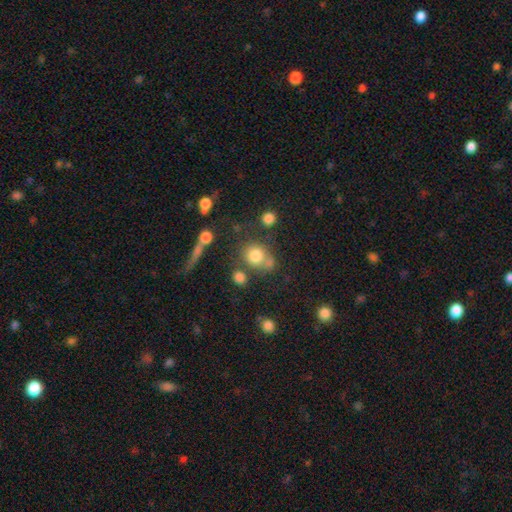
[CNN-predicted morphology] type=smooth (76%); roundness=round (77%); merging=none (55%).